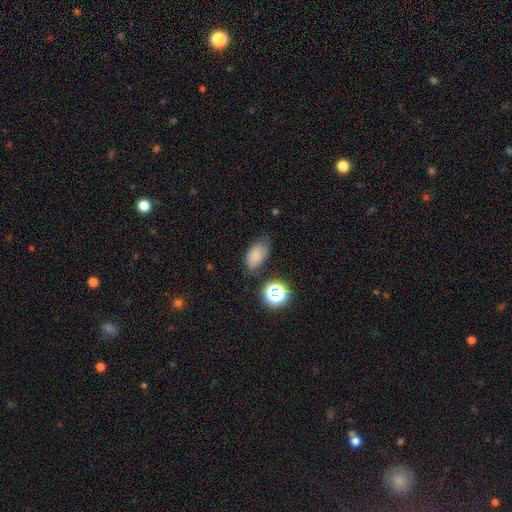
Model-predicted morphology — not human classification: This is likely a smooth galaxy (75%). How rounded: clearly in between (88%). Merging: likely none (63%).